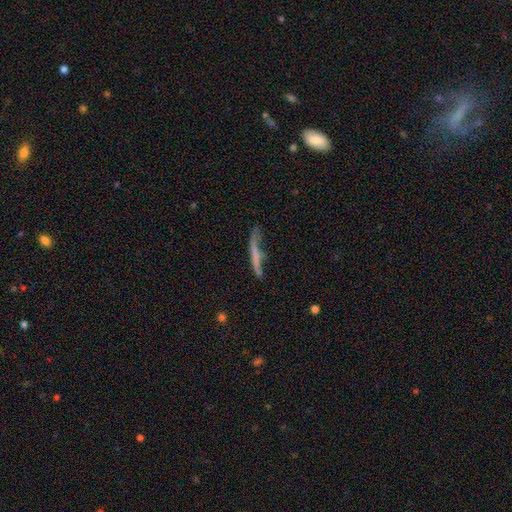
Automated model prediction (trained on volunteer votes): Overall: smooth (53%; featured or disk 38%). How rounded: cigar-shaped (93%). Merging: none (50%; minor disturbance 26%).